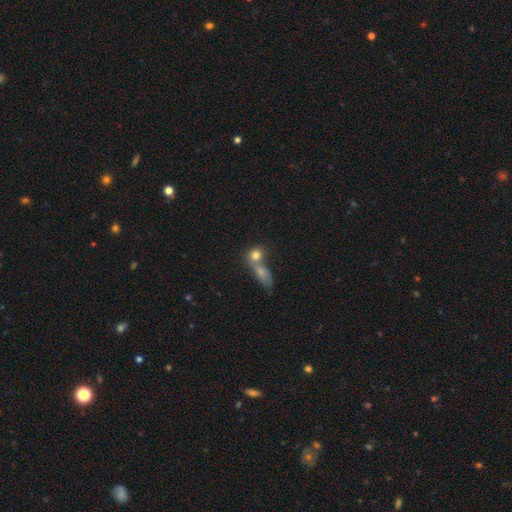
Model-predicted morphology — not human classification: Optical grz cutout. It shows a smooth galaxy with no disk features (77%) that is round (70%). Merging: merger (52%).